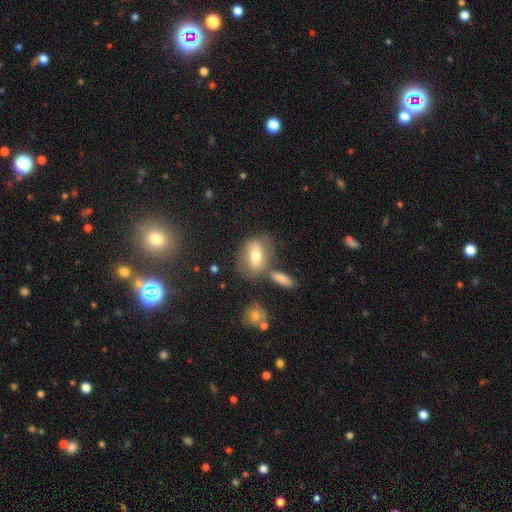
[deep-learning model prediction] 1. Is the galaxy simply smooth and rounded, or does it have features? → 59% smooth, 32% featured or disk, 9% star or artifact.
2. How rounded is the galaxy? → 75% in between, 21% round, 4% cigar-shaped.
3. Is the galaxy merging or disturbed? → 60% none, 17% minor disturbance, 16% merger, 7% major disturbance.